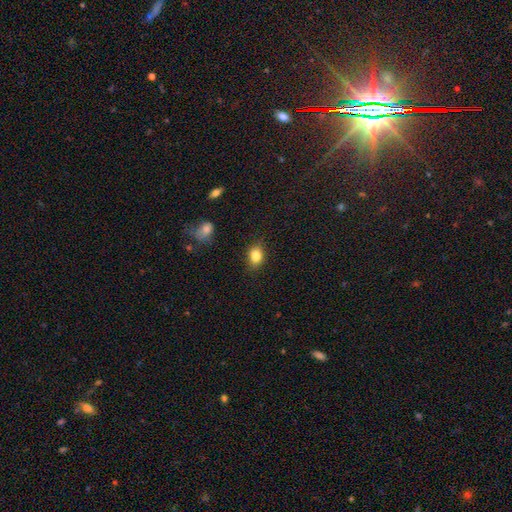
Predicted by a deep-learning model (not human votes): Smooth or featured? smooth (83%)
How rounded? in between (68%)
Merging? none (82%)